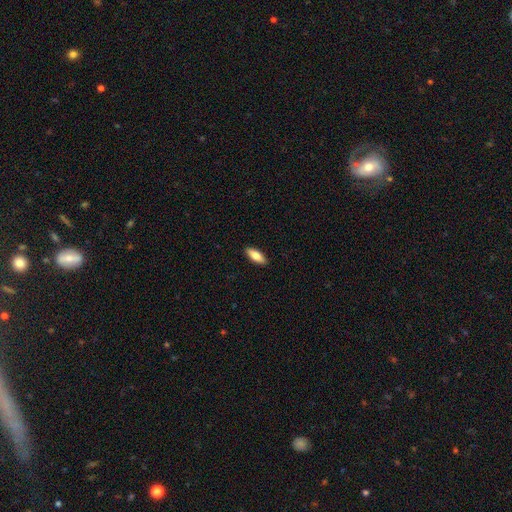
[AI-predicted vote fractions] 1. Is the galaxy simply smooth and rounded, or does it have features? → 77% smooth, 17% featured or disk, 6% star or artifact.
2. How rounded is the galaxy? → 67% in between, 31% cigar-shaped, 2% round.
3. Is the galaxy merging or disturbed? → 90% none, 7% minor disturbance, 2% major disturbance, 1% merger.